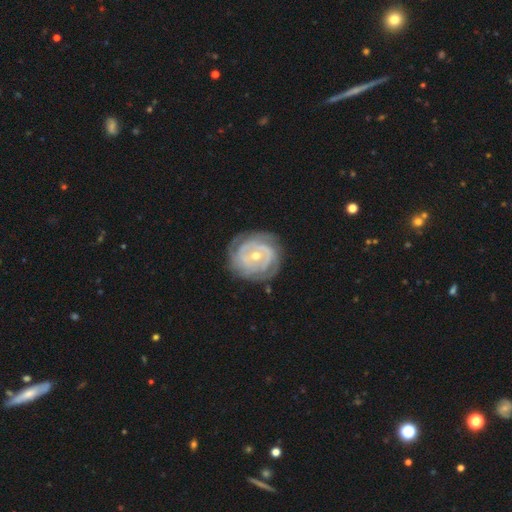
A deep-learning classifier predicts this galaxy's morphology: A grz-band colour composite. It shows a featured or disk galaxy (86%) with no bar (58%), tight (78%) spiral arms (94%) and a small central bulge (49%). Merging: none (76%).